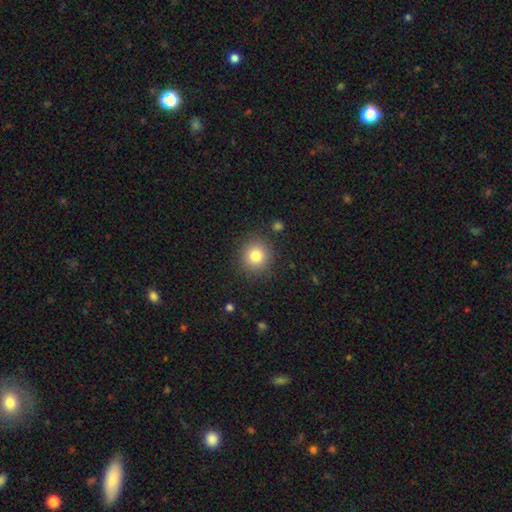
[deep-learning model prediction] Morphology: type=smooth (81%); roundness=round (90%); merging=none (88%).